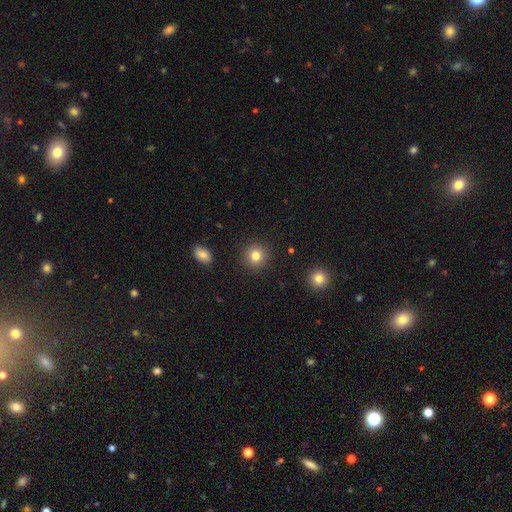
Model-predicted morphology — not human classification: Q: Smooth or featured?
A: smooth (82%); runner-up: star or artifact (11%)
Q: How rounded?
A: round (92%); runner-up: in between (8%)
Q: Merging?
A: none (91%); runner-up: minor disturbance (6%)